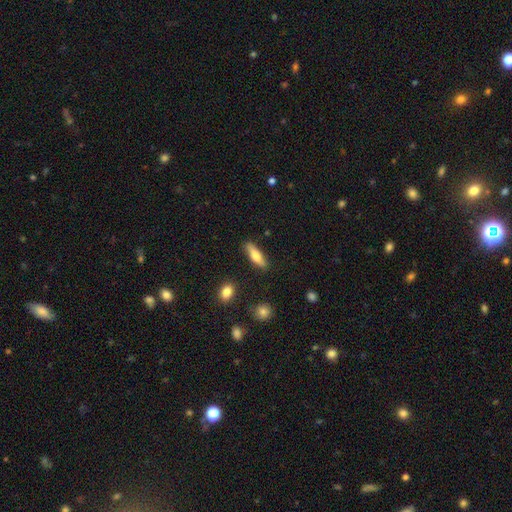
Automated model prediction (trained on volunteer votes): Smooth or featured?
  - smooth: 71% *
  - featured or disk: 23%
  - star or artifact: 6%
How rounded?
  - cigar-shaped: 62% *
  - in between: 35%
  - round: 2%
Merging?
  - none: 85% *
  - minor disturbance: 10%
  - major disturbance: 2%
  - merger: 2%